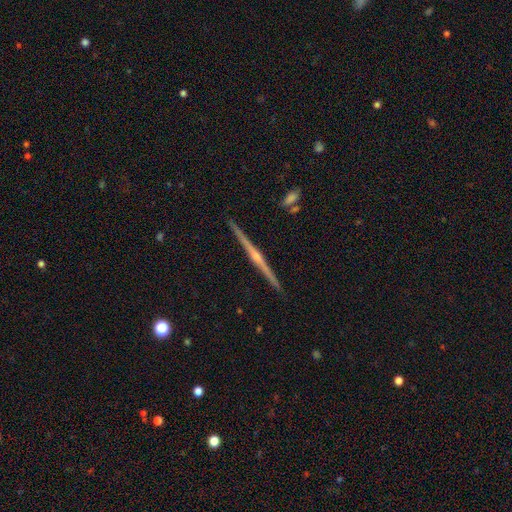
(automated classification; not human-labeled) A featured or disk galaxy (84%) viewed edge-on (99%) with a rounded central bulge (80%). Merging: none (92%).